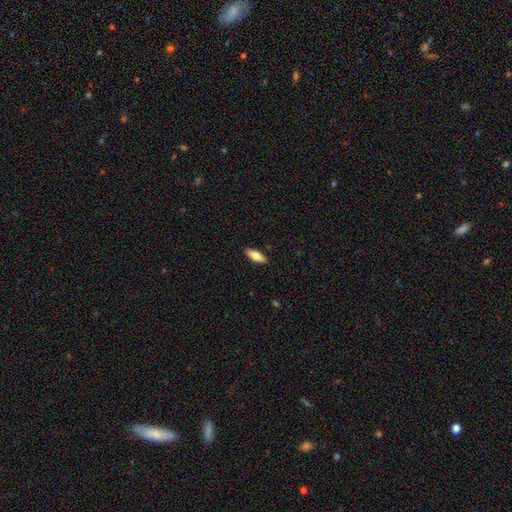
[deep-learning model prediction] smooth_or_featured: smooth (p=0.68) [alt: featured or disk p=0.26]
how_rounded: in between (p=0.67) [alt: cigar-shaped p=0.31]
merging: none (p=0.90) [alt: minor disturbance p=0.08]